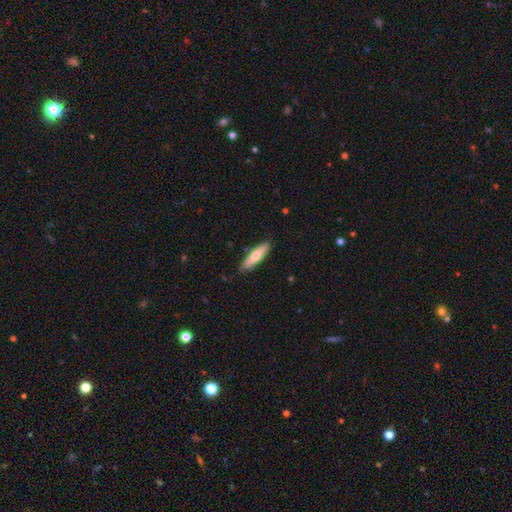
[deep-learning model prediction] smooth 71%, featured or disk 23%, star or artifact 5%. Down the decision tree: how rounded — cigar-shaped (68%); merging — none (85%).